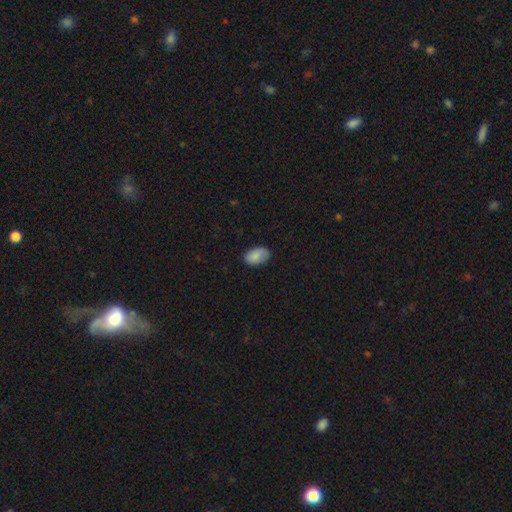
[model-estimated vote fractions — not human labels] Smooth or featured?
  - smooth: 83% *
  - featured or disk: 10%
  - star or artifact: 8%
How rounded?
  - in between: 89% *
  - round: 9%
  - cigar-shaped: 1%
Merging?
  - none: 74% *
  - minor disturbance: 20%
  - major disturbance: 4%
  - merger: 1%